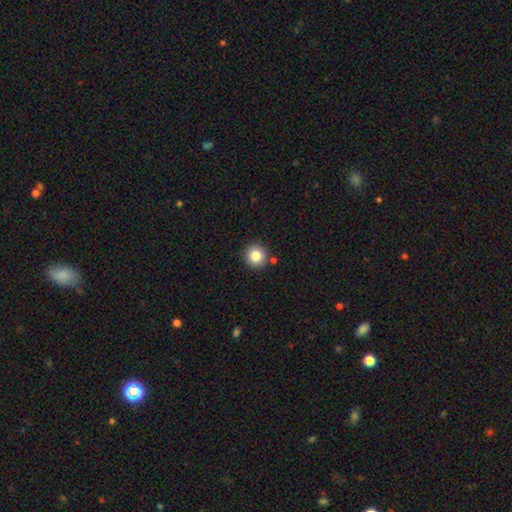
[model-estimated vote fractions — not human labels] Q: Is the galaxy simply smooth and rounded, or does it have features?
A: smooth — 84%.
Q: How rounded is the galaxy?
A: round — 94%.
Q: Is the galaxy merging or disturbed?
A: none — 86%.